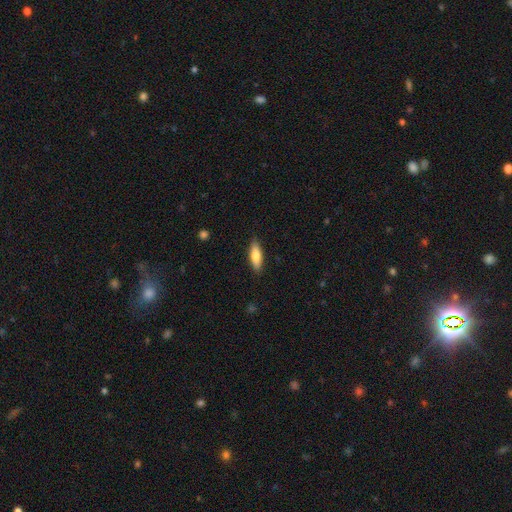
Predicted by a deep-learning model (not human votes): This is likely a smooth galaxy (77%). How rounded: possibly in between (50%). Merging: clearly none (88%).